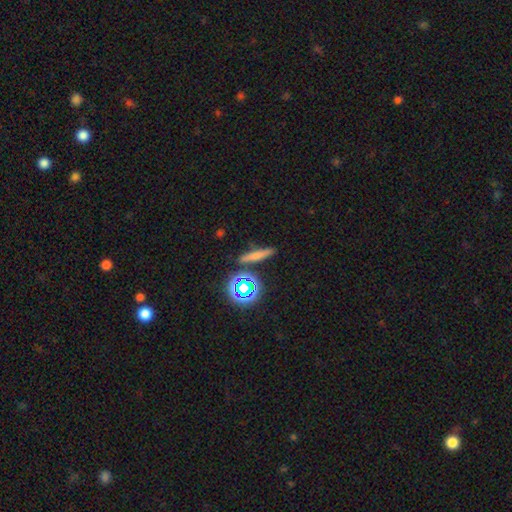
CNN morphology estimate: Overall: smooth (59%; featured or disk 22%). How rounded: cigar-shaped (80%). Merging: none (84%).